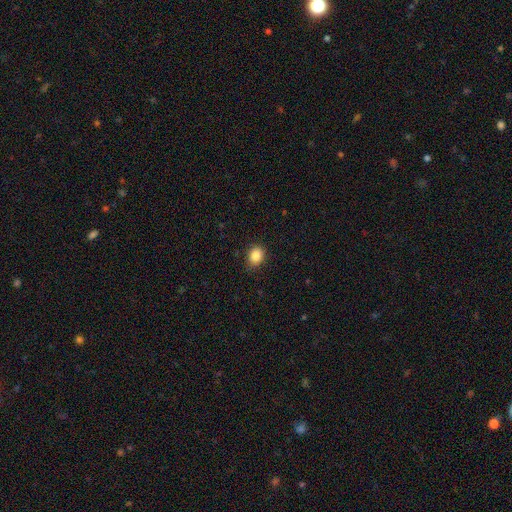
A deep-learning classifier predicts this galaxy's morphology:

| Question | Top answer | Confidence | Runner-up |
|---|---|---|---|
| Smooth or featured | smooth | 86% | star or artifact (10%) |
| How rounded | round | 56% | in between (43%) |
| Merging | none | 85% | minor disturbance (11%) |